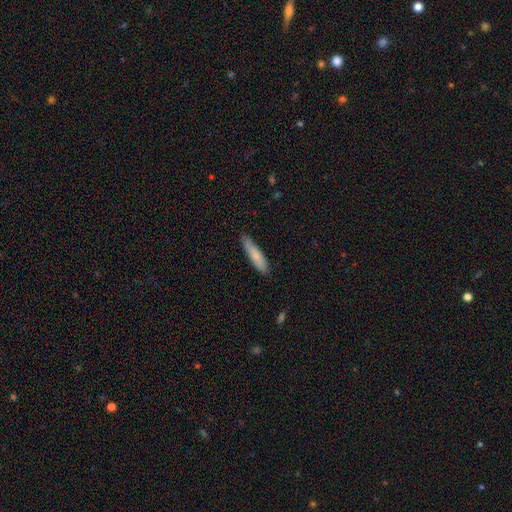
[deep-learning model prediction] Overall: smooth (77%). How rounded: cigar-shaped (84%). Merging: none (83%).